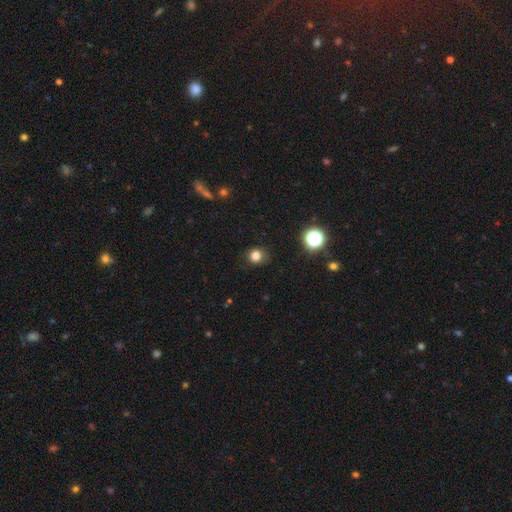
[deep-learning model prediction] smooth_or_featured: smooth (p=0.80) [alt: star or artifact p=0.15]
how_rounded: round (p=0.84) [alt: in between p=0.15]
merging: none (p=0.84) [alt: minor disturbance p=0.12]